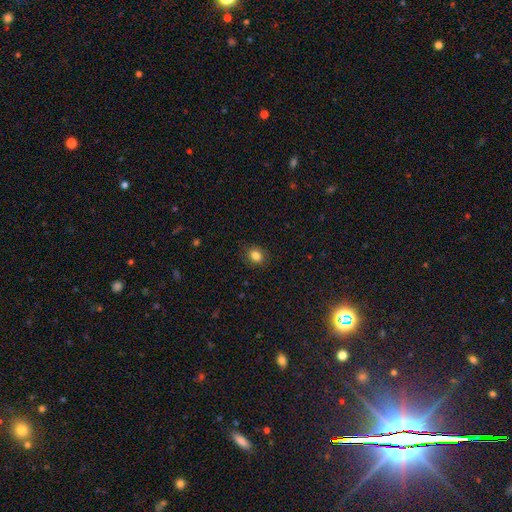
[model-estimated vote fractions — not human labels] Morphology: type=smooth (83%); roundness=in between (55%); merging=none (84%).